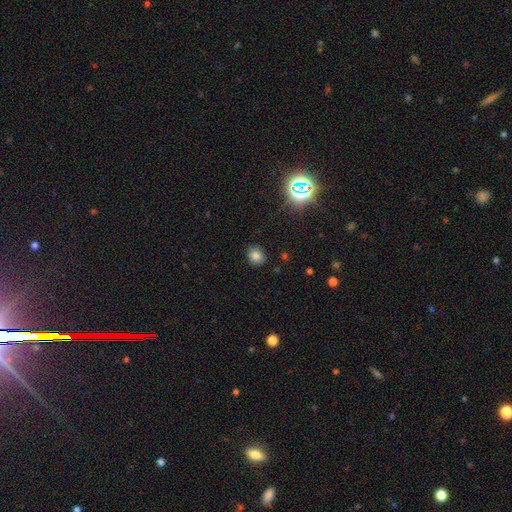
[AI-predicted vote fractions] Smooth or featured?
  - smooth: 78% *
  - star or artifact: 15%
  - featured or disk: 7%
How rounded?
  - round: 64% *
  - in between: 35%
  - cigar-shaped: 1%
Merging?
  - none: 86% *
  - minor disturbance: 10%
  - major disturbance: 2%
  - merger: 1%